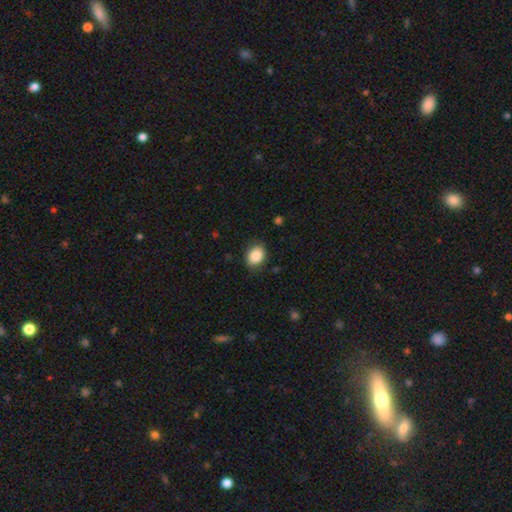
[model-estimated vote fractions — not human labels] smooth 87%, star or artifact 8%, featured or disk 5%. Down the decision tree: how rounded — in between (61%); merging — none (83%).